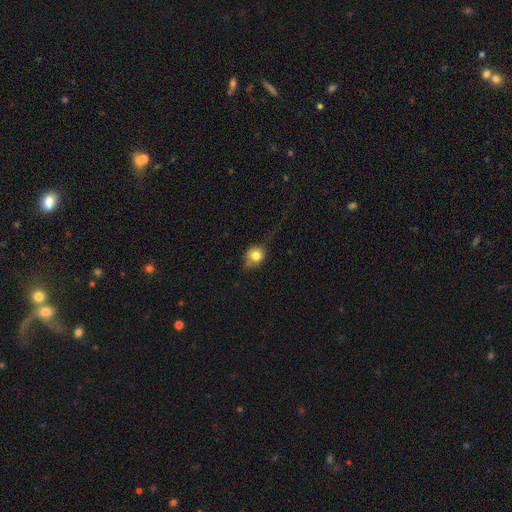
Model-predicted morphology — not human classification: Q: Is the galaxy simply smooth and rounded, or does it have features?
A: smooth — 77%.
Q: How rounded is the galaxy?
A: round — 66%.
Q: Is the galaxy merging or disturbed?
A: none — 56%.